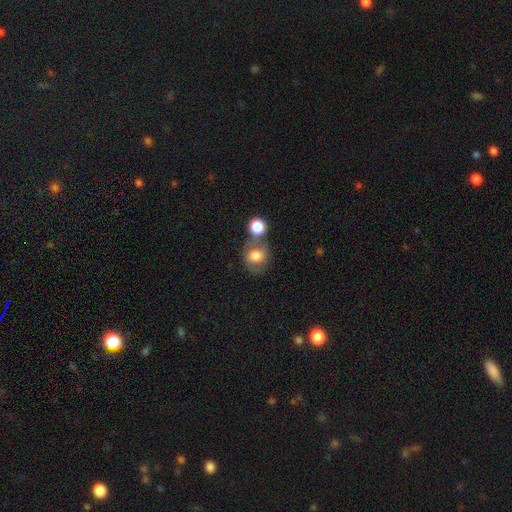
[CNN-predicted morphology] The model was most divided on "merging": none: 48%, merger: 31%, minor disturbance: 14%, major disturbance: 7%. More confident: how rounded — round (72%); smooth or featured — smooth (71%).